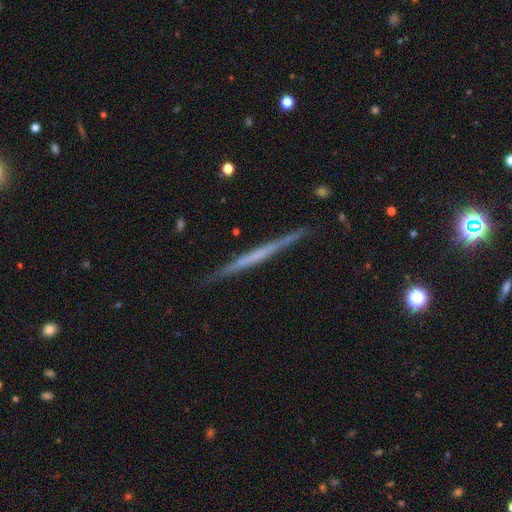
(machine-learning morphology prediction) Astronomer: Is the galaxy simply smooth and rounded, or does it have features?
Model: featured or disk — 62%.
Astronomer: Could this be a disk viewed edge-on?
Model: yes — 98%.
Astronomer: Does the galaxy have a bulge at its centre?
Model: none — 88%.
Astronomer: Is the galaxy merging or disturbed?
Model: none — 90%.